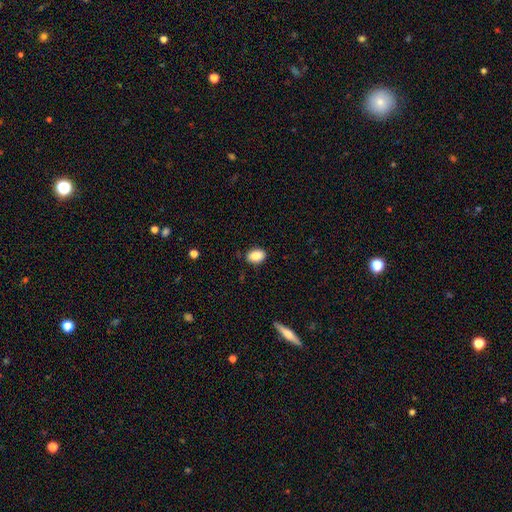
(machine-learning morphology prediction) Q: Smooth or featured?
A: smooth (87%); runner-up: star or artifact (8%)
Q: How rounded?
A: in between (81%); runner-up: round (18%)
Q: Merging?
A: none (86%); runner-up: minor disturbance (11%)